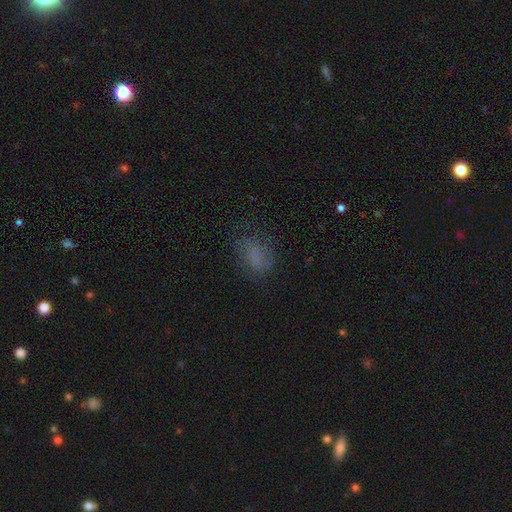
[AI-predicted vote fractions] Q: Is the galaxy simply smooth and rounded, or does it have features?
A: smooth — 63%.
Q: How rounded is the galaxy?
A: in between — 76%.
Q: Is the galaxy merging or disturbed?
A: none — 61%.